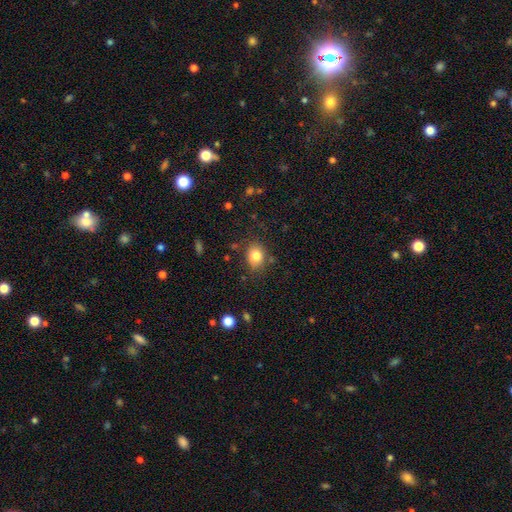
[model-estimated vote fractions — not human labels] Smooth or featured: smooth — 81% (star or artifact — 10%)
How rounded: in between — 53% (round — 46%)
Merging: none — 80% (minor disturbance — 14%)